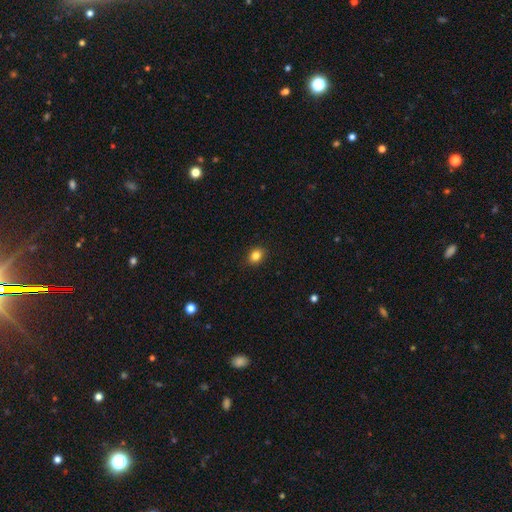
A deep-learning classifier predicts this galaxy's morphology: This is clearly a smooth galaxy (84%). How rounded: possibly in between (52%). Merging: clearly none (90%).